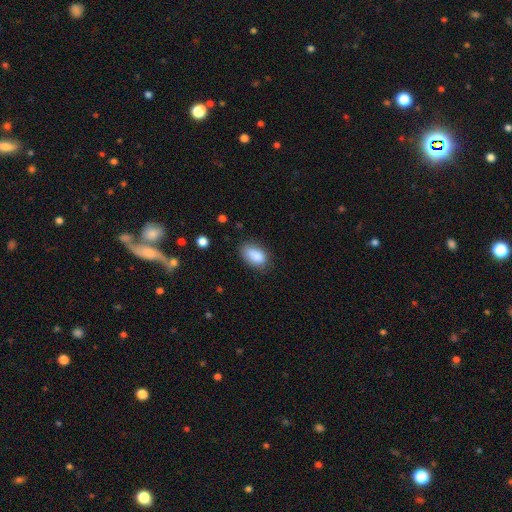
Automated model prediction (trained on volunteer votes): Morphology: type=smooth (86%); roundness=in between (91%); merging=none (72%).